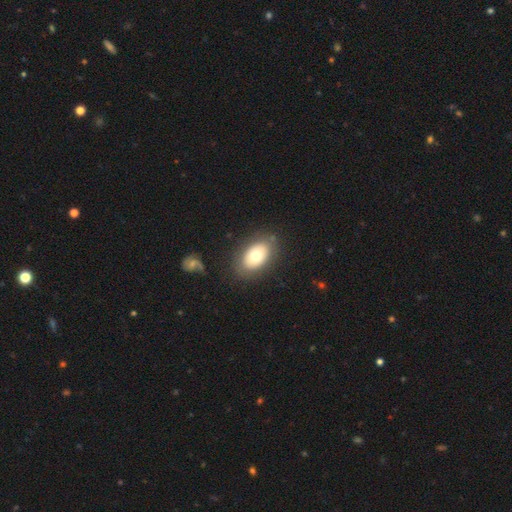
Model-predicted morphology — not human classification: Smooth or featured: smooth — 66% (featured or disk — 26%)
How rounded: in between — 87% (round — 12%)
Merging: none — 82% (minor disturbance — 11%)